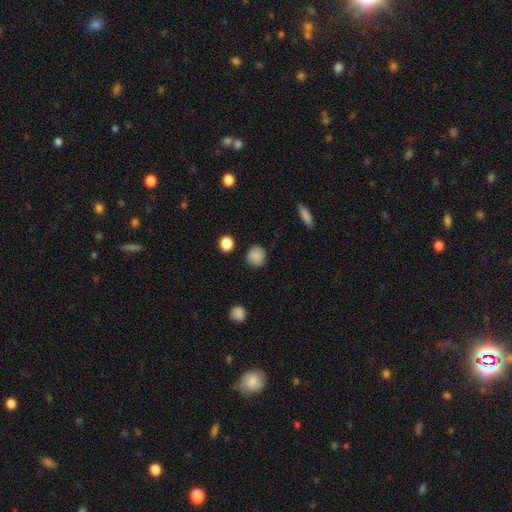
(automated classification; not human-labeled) Smooth or featured: smooth — 86% (star or artifact — 9%)
How rounded: round — 88% (in between — 11%)
Merging: none — 85% (minor disturbance — 11%)